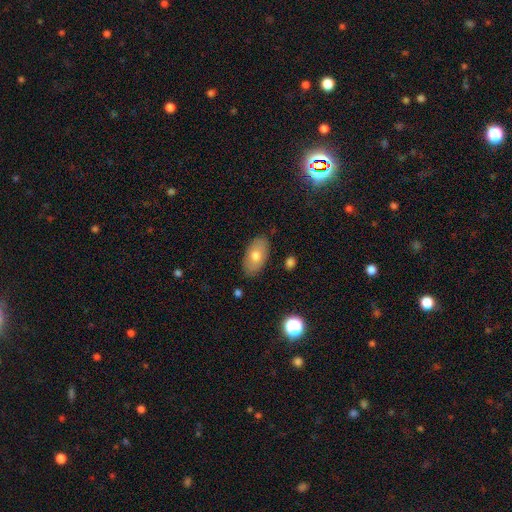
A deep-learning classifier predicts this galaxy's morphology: Overall: smooth (71%). How rounded: in between (93%). Merging: none (84%).